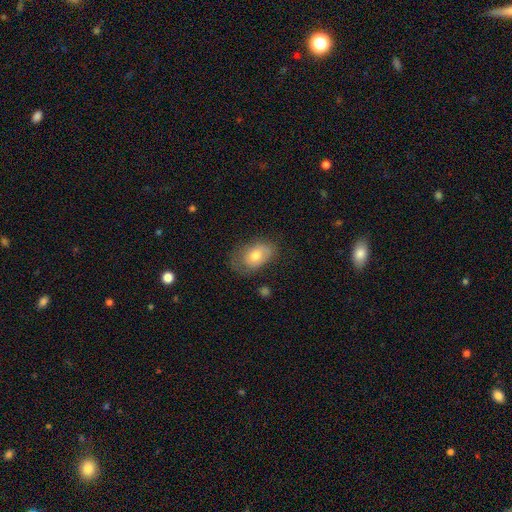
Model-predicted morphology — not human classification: Smooth or featured? smooth (64%)
How rounded? in between (85%)
Merging? none (53%)